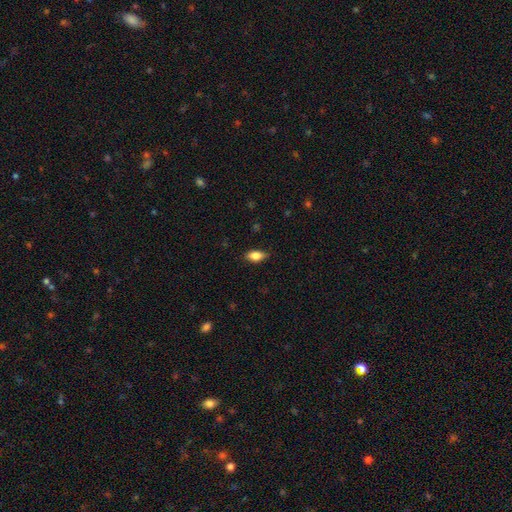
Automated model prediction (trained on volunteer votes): smooth 81%, featured or disk 11%, star or artifact 8%. Down the decision tree: how rounded — in between (88%); merging — none (80%).